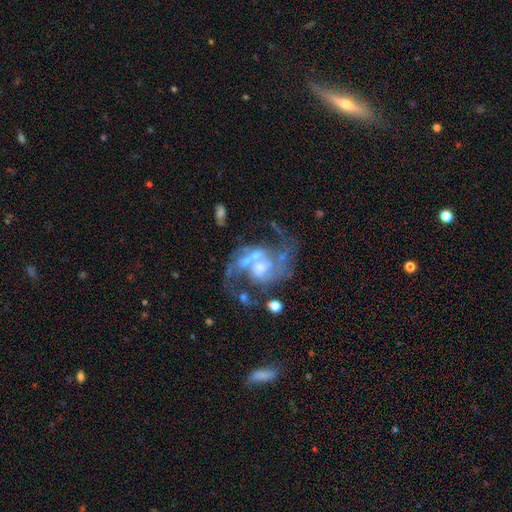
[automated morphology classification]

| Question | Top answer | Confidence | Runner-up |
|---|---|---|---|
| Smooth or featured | featured or disk | 83% | smooth (9%) |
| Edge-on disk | no | 98% | yes (2%) |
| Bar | no | 59% | weak (32%) |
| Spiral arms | yes | 89% | no (11%) |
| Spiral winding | loose | 45% | medium (43%) |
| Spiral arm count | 2 | 76% | can't tell (9%) |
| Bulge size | moderate | 36% | small (35%) |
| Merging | none | 33% | merger (28%) |